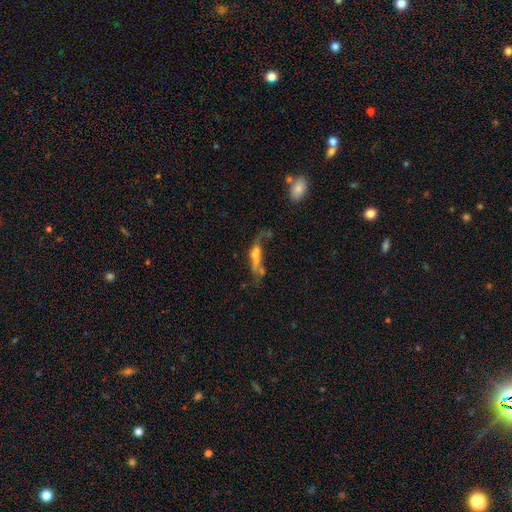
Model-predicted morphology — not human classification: Q: Smooth or featured?
A: featured or disk (49%); runner-up: smooth (37%)
Q: Merging?
A: major disturbance (37%); runner-up: merger (31%)